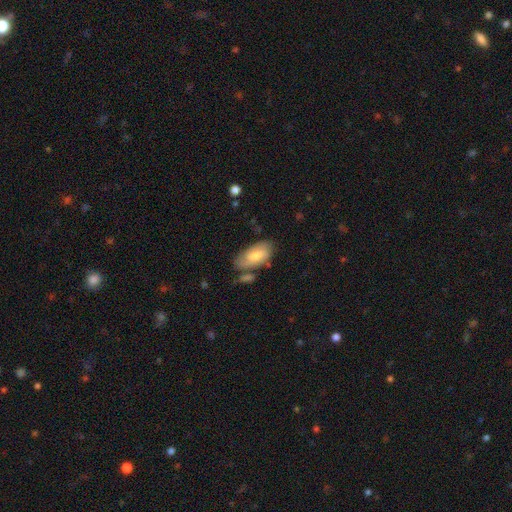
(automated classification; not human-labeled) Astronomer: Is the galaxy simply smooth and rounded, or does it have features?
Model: smooth — 62%.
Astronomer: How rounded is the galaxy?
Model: in between — 91%.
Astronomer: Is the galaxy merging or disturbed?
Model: none — 59%.